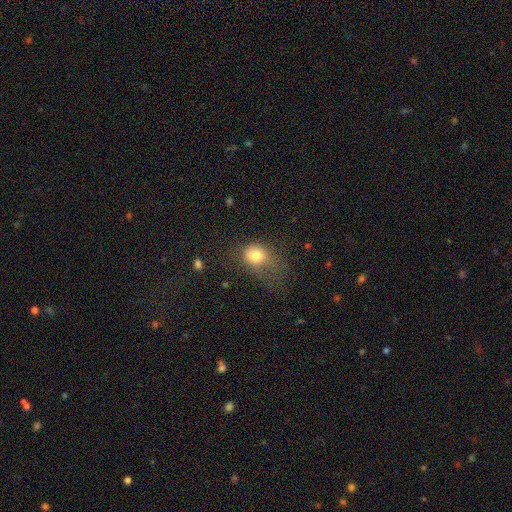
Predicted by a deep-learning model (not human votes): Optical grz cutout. It shows a smooth galaxy with no disk features (77%) that is in between round and cigar-shaped (51%). Merging: major disturbance (41%).